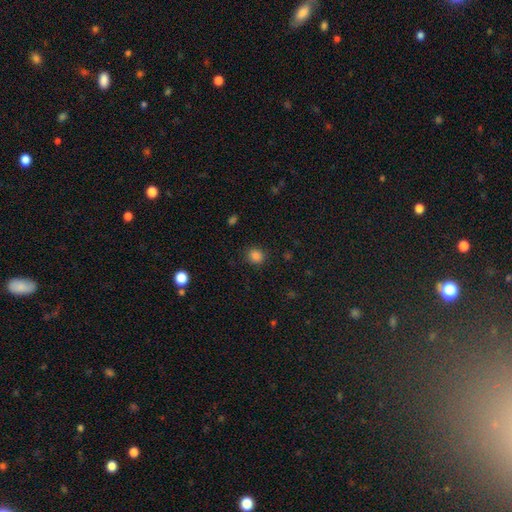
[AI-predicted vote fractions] smooth_or_featured: smooth (p=0.85) [alt: star or artifact p=0.12]
how_rounded: round (p=0.78) [alt: in between p=0.21]
merging: none (p=0.88) [alt: minor disturbance p=0.08]